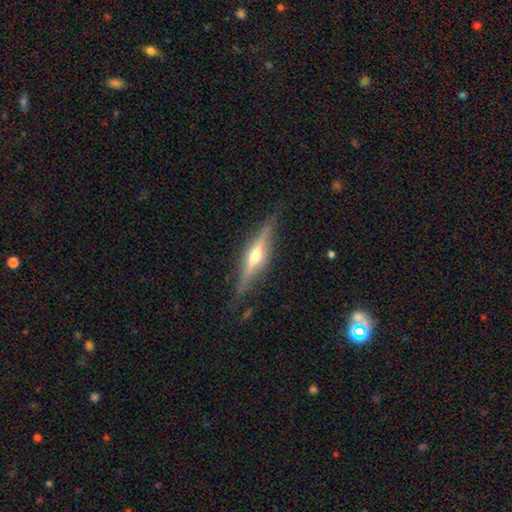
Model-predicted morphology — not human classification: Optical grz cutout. It shows a featured or disk galaxy (77%) viewed edge-on (97%) with a rounded central bulge (89%). Merging: none (86%).